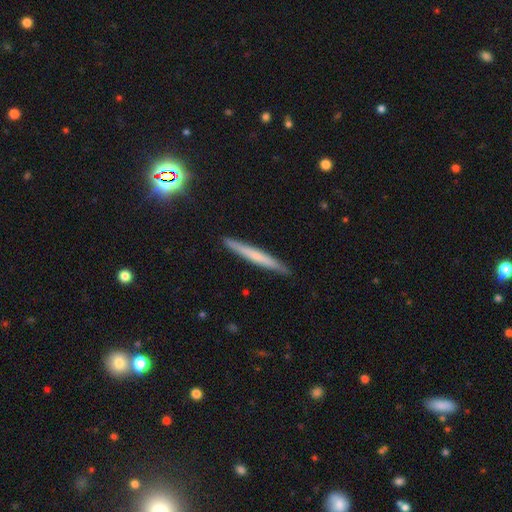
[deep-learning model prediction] This appears to be a smooth galaxy with no disk features (55%) that is cigar-shaped (97%). Merging: none (90%).